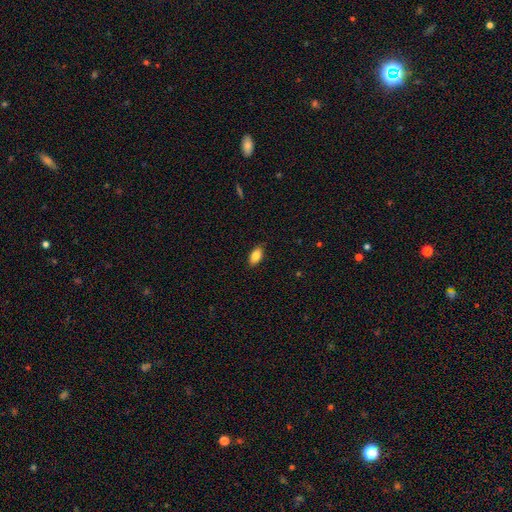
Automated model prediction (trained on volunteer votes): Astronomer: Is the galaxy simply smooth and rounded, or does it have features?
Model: smooth — 83%.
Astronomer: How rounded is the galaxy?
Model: in between — 91%.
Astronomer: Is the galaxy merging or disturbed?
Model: none — 86%.